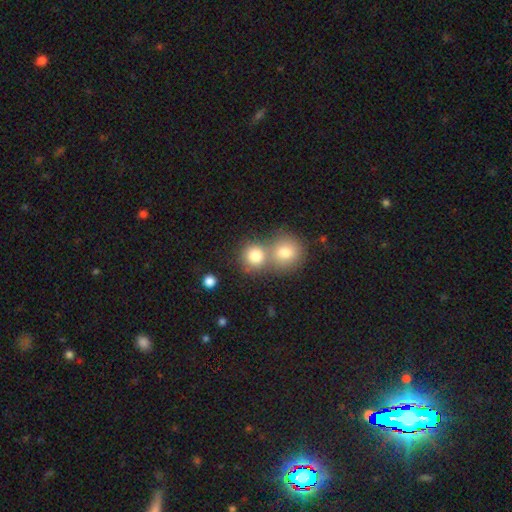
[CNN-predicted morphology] smooth-or-featured: smooth: 80% | star or artifact: 10% | featured or disk: 9%
  how-rounded: round: 86% | in between: 13% | cigar-shaped: 1%
  merging: merger: 50% | none: 41% | minor disturbance: 6% | major disturbance: 3%